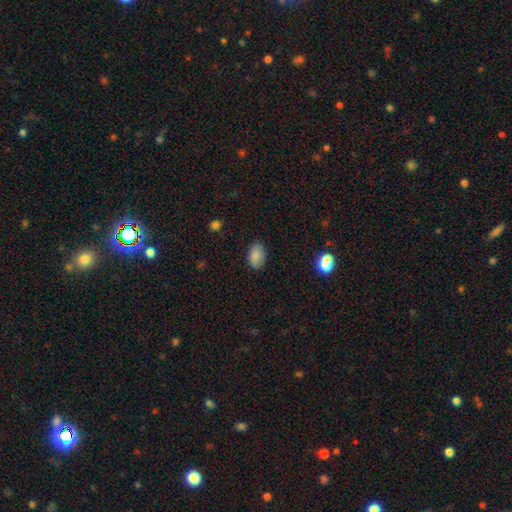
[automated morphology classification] Overall: smooth (85%). How rounded: in between (90%). Merging: none (83%).